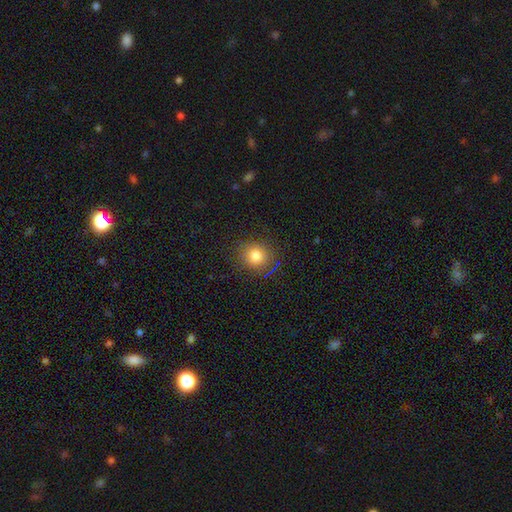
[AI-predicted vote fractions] Smooth or featured? smooth (79%)
How rounded? round (87%)
Merging? none (87%)